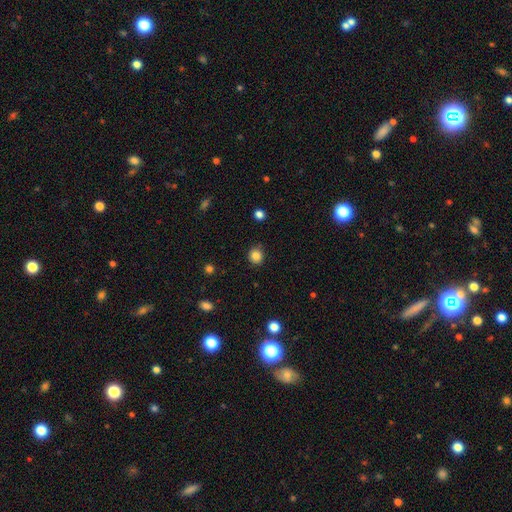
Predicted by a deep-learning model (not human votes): smooth-or-featured: smooth: 85% | star or artifact: 11% | featured or disk: 4%
  how-rounded: round: 85% | in between: 14% | cigar-shaped: 1%
  merging: none: 86% | minor disturbance: 10% | major disturbance: 2% | merger: 1%